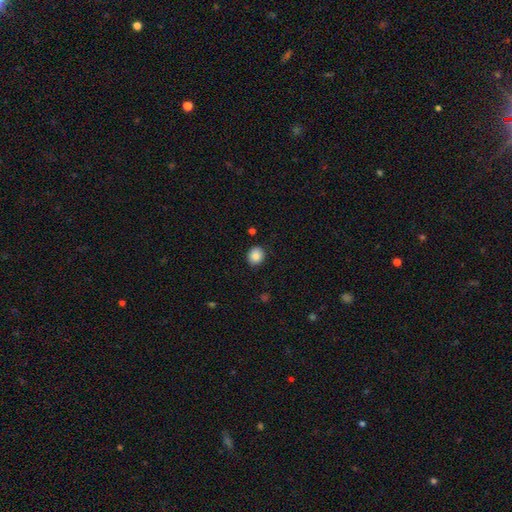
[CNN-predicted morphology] Overall: smooth (86%). How rounded: round (75%). Merging: none (87%).